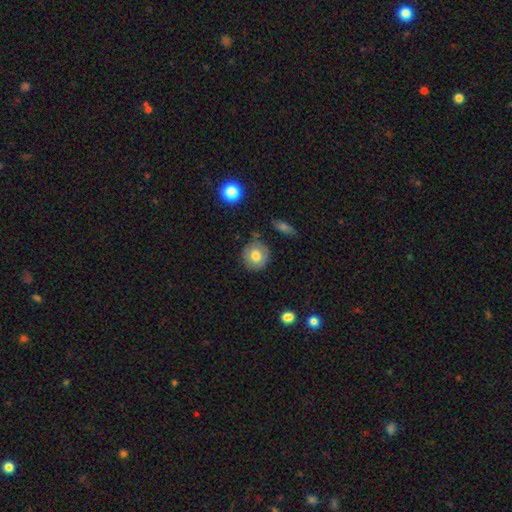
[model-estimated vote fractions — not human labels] A smooth galaxy with no disk features (72%) that is round (88%).

Vote fractions:
- Smooth or featured? smooth: 72% / featured or disk: 20% / star or artifact: 8%
- How rounded? round: 88% / in between: 11% / cigar-shaped: 1%
- Merging? none: 80% / minor disturbance: 13% / major disturbance: 3% / merger: 3%